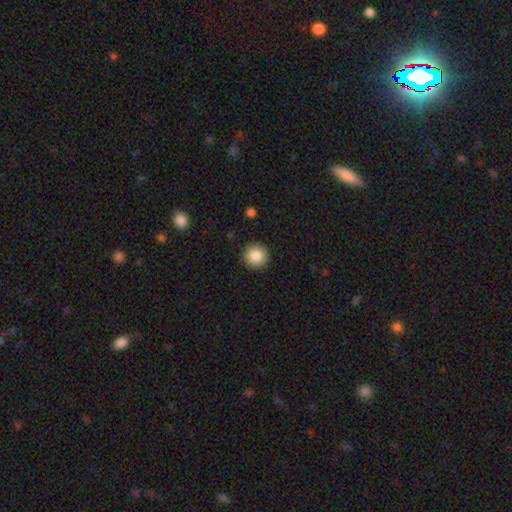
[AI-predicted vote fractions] smooth-or-featured: smooth: 86% | star or artifact: 8% | featured or disk: 6%
  how-rounded: round: 95% | in between: 4% | cigar-shaped: 1%
  merging: none: 92% | minor disturbance: 5% | major disturbance: 2% | merger: 1%